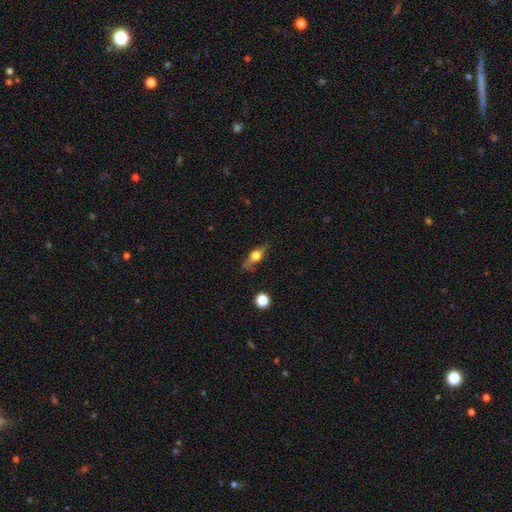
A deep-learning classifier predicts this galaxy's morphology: Smooth or featured? smooth (48%)
Merging? none (68%)